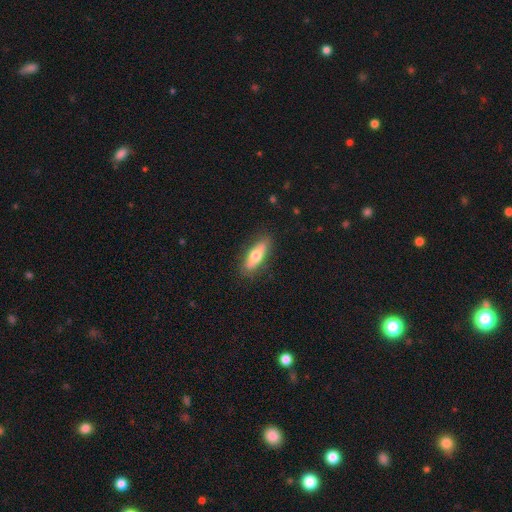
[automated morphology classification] Overall: smooth (62%; featured or disk 33%). How rounded: in between (65%; cigar-shaped 32%). Merging: none (82%).